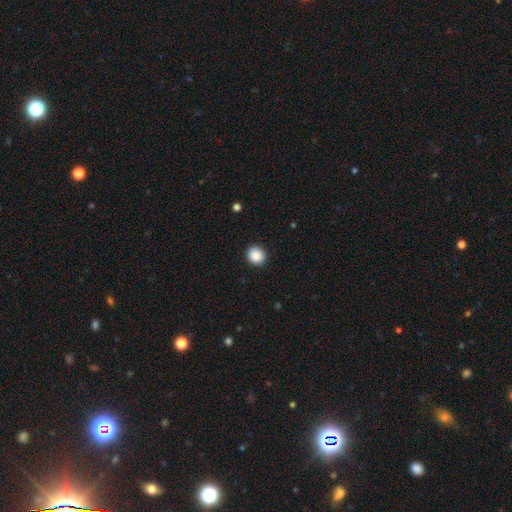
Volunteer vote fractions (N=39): Overall: smooth (95%). How rounded: round (95%). Merging: none (92%).